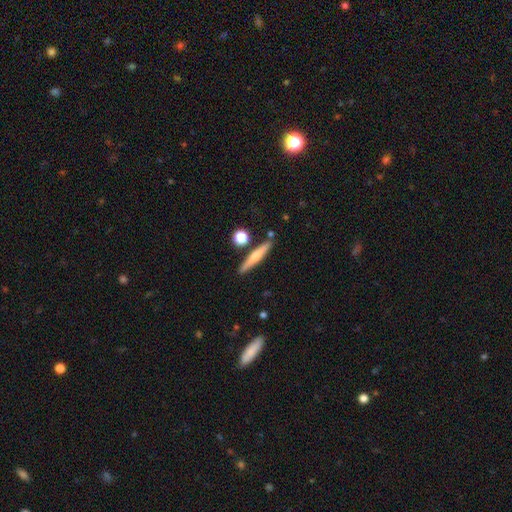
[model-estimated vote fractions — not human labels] smooth_or_featured: smooth (p=0.54) [alt: featured or disk p=0.40]
how_rounded: cigar-shaped (p=0.90) [alt: in between p=0.07]
merging: none (p=0.85) [alt: minor disturbance p=0.09]